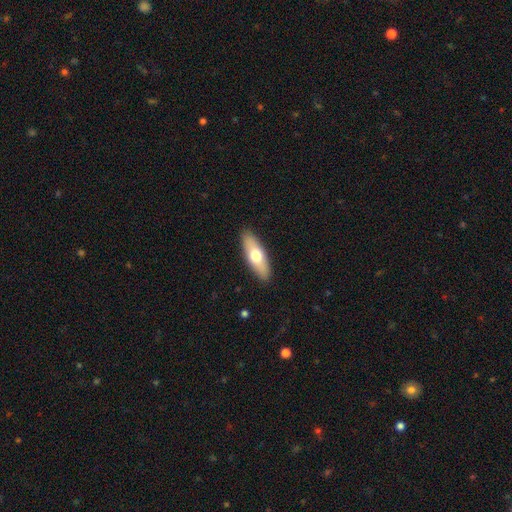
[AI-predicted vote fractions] A smooth galaxy with no disk features (63%) that is in between round and cigar-shaped (60%).

Vote fractions:
- Smooth or featured? smooth: 63% / featured or disk: 31% / star or artifact: 6%
- How rounded? in between: 60% / cigar-shaped: 37% / round: 3%
- Merging? none: 89% / minor disturbance: 8% / major disturbance: 2% / merger: 1%